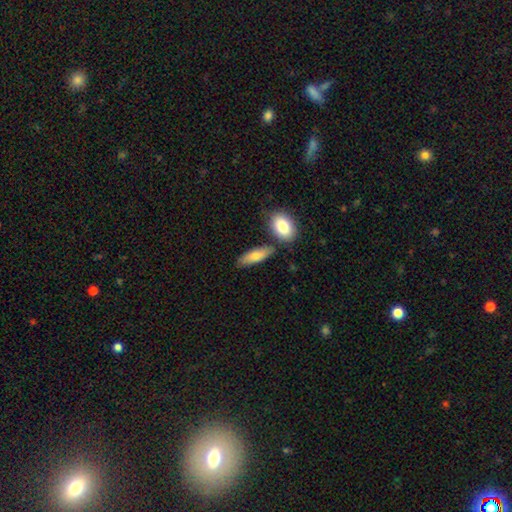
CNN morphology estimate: Q: Smooth or featured?
A: smooth (78%); runner-up: featured or disk (17%)
Q: How rounded?
A: in between (60%); runner-up: cigar-shaped (36%)
Q: Merging?
A: none (71%); runner-up: minor disturbance (14%)